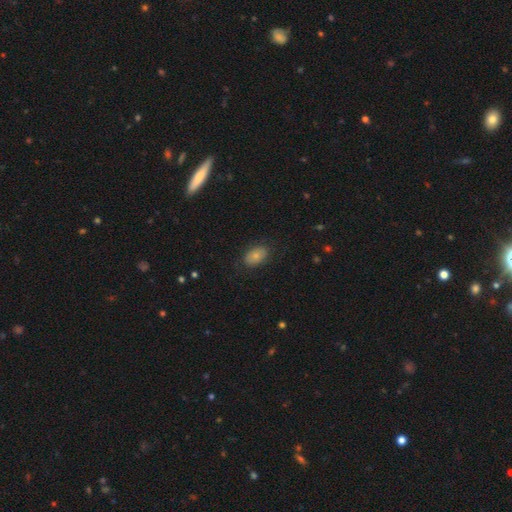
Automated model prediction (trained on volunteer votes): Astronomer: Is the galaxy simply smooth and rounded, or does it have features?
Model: smooth — 79%.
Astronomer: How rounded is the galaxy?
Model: in between — 87%.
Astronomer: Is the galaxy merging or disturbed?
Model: none — 81%.